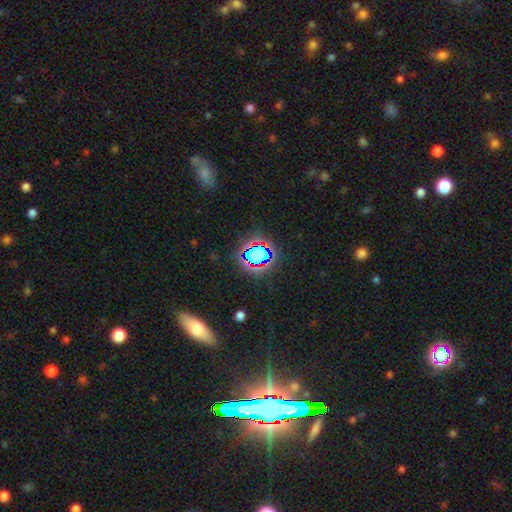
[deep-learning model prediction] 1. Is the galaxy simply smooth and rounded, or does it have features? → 60% star or artifact, 28% smooth, 12% featured or disk.